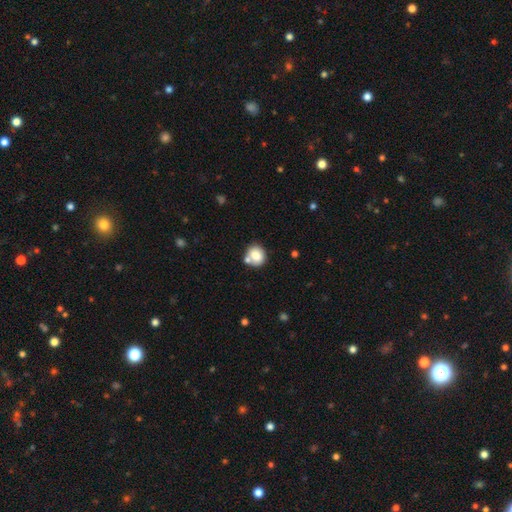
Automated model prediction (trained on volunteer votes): A smooth galaxy with no disk features (79%) that is round (74%). Merging: none (60%).